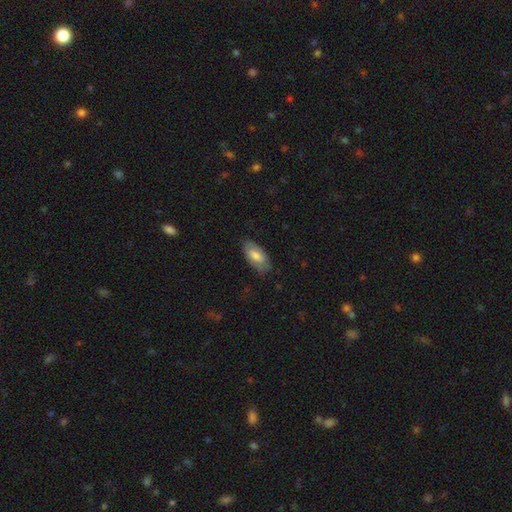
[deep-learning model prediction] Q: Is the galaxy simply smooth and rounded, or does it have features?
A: smooth — 65%.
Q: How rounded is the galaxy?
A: in between — 91%.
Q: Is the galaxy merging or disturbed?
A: none — 78%.